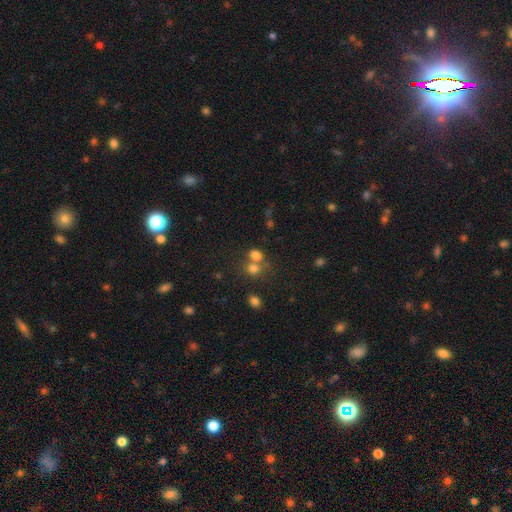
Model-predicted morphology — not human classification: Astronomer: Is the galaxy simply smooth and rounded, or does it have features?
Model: smooth — 73%.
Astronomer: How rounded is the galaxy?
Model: round — 62% (runner-up: in between, 37%).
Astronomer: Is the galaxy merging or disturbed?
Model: merger — 45% (runner-up: none, 42%).